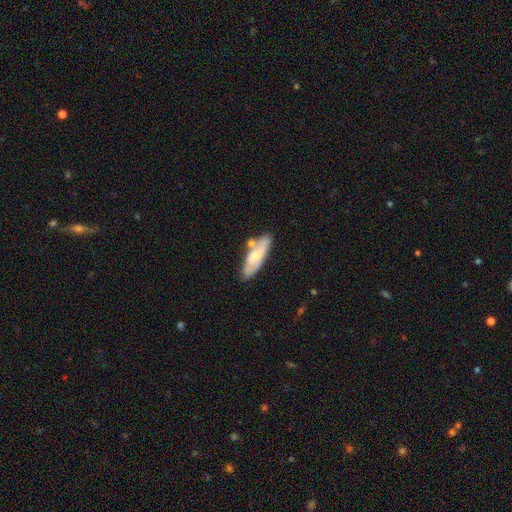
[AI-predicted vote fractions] smooth_or_featured: smooth (p=0.54) [alt: featured or disk p=0.40]
how_rounded: in between (p=0.53) [alt: cigar-shaped p=0.45]
merging: none (p=0.60) [alt: minor disturbance p=0.19]